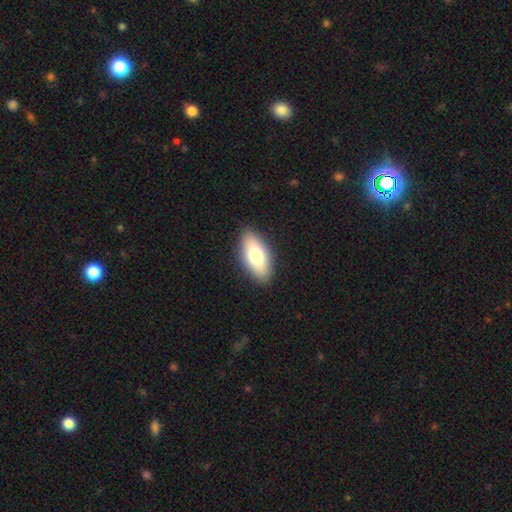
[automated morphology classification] Smooth or featured? smooth (75%)
How rounded? in between (88%)
Merging? none (89%)